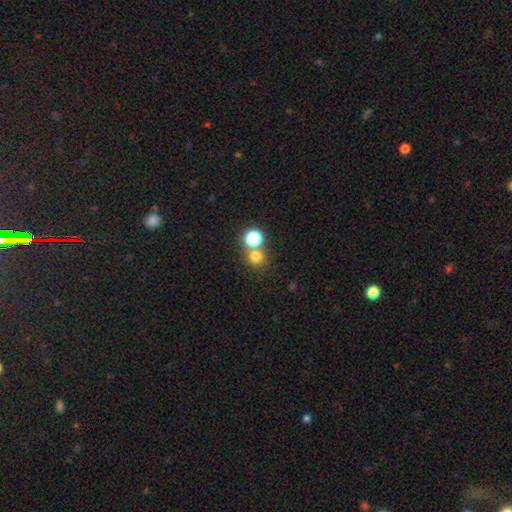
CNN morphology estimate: Q: Smooth or featured?
A: smooth (74%); runner-up: star or artifact (19%)
Q: How rounded?
A: round (88%); runner-up: in between (11%)
Q: Merging?
A: none (61%); runner-up: merger (29%)